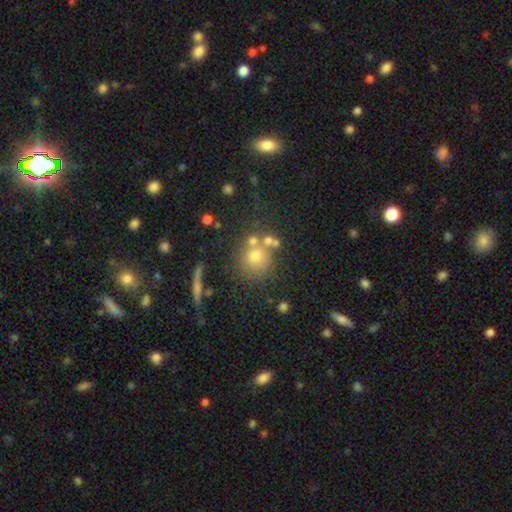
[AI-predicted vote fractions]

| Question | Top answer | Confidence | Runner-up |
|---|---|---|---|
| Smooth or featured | smooth | 60% | star or artifact (22%) |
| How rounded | round | 87% | in between (11%) |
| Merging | none | 62% | merger (23%) |